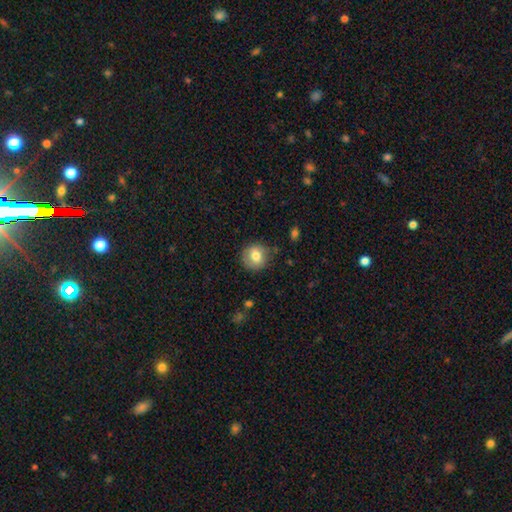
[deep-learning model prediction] smooth 77%, featured or disk 15%, star or artifact 8%. Down the decision tree: how rounded — round (88%); merging — none (83%).